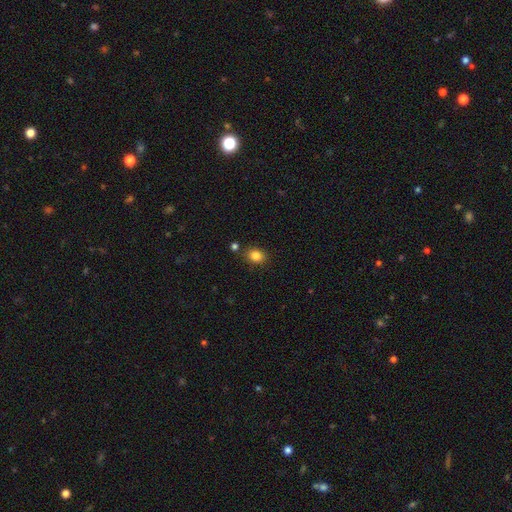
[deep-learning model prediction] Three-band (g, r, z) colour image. It shows a smooth galaxy with no disk features (84%) that is in between round and cigar-shaped (50%). Merging: none (81%).